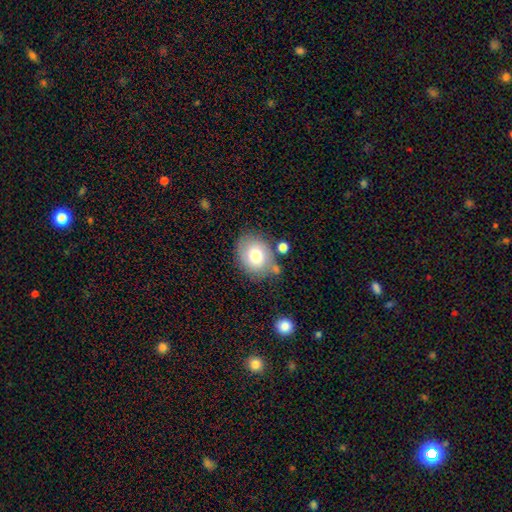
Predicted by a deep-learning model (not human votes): A smooth galaxy with no disk features (75%) that is round (52%).

Vote fractions:
- Smooth or featured? smooth: 75% / featured or disk: 17% / star or artifact: 8%
- How rounded? round: 52% / in between: 47% / cigar-shaped: 1%
- Merging? none: 68% / minor disturbance: 19% / merger: 8% / major disturbance: 6%